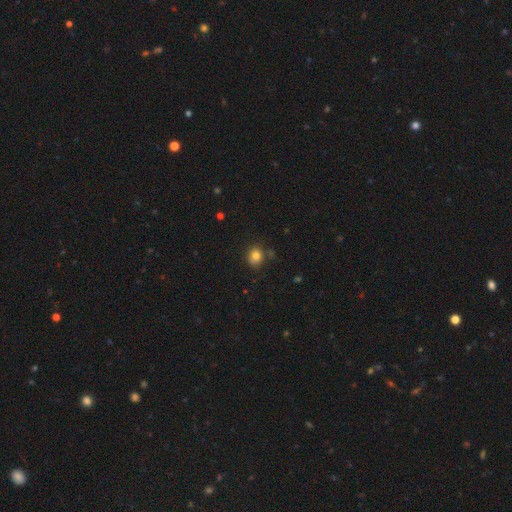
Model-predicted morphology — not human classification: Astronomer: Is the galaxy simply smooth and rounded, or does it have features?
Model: smooth — 80%.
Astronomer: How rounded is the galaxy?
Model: round — 75%.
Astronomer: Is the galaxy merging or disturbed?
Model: none — 75%.